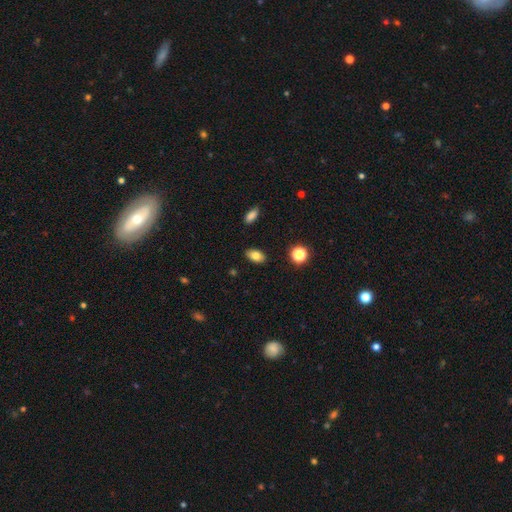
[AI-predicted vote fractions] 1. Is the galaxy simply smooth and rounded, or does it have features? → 80% smooth, 10% featured or disk, 10% star or artifact.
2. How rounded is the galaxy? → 89% in between, 8% round, 3% cigar-shaped.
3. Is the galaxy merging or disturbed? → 87% none, 9% minor disturbance, 2% major disturbance, 2% merger.